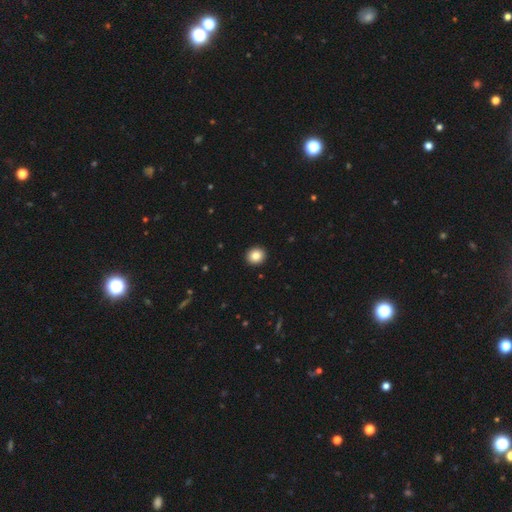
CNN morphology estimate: Overall: smooth (85%). How rounded: round (87%). Merging: none (93%).